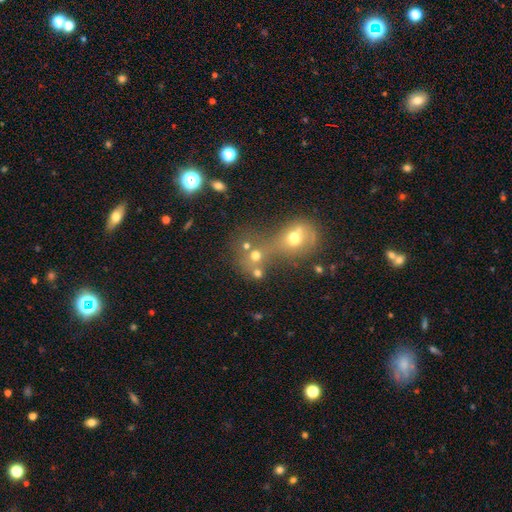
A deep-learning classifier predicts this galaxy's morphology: A smooth galaxy with no disk features (61%) that is round (73%). Merging: merger (59%).